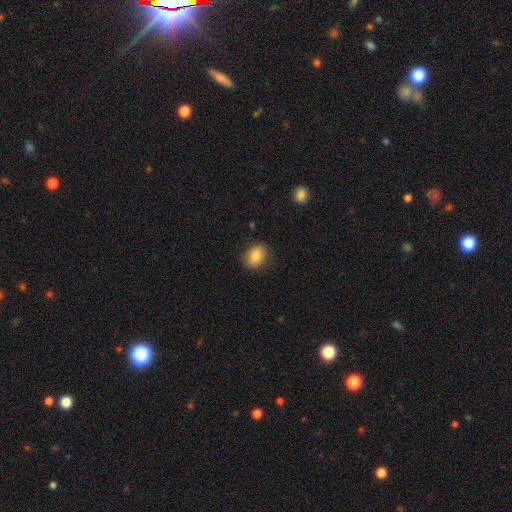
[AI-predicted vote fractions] smooth-or-featured: smooth: 82% | featured or disk: 9% | star or artifact: 9%
  how-rounded: in between: 52% | round: 47% | cigar-shaped: 1%
  merging: none: 84% | minor disturbance: 12% | major disturbance: 3% | merger: 1%